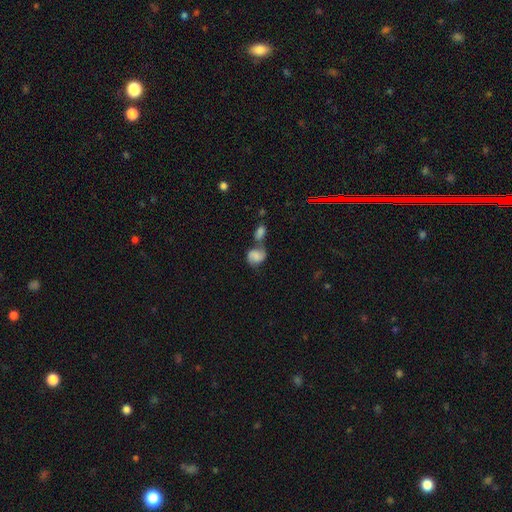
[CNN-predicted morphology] smooth_or_featured: smooth (p=0.61) [alt: featured or disk p=0.29]
how_rounded: round (p=0.49) [tied with: in between p=0.49]
merging: merger (p=0.49) [alt: none p=0.30]